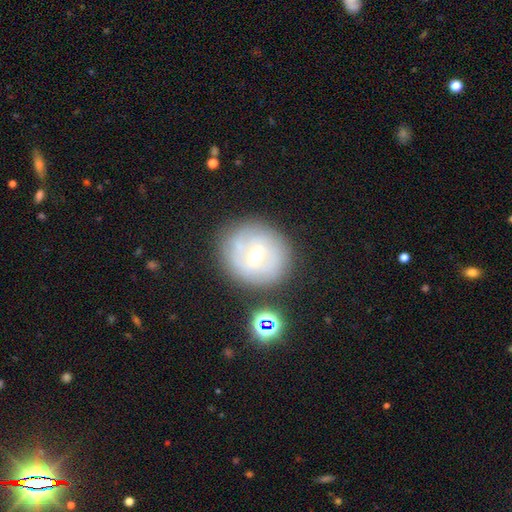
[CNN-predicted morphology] Smooth or featured? featured or disk (58%)
Edge-on disk? no (94%)
Bar? weak (55%)
Spiral arms? yes (56%)
Bulge size? moderate (70%)
Merging? none (75%)